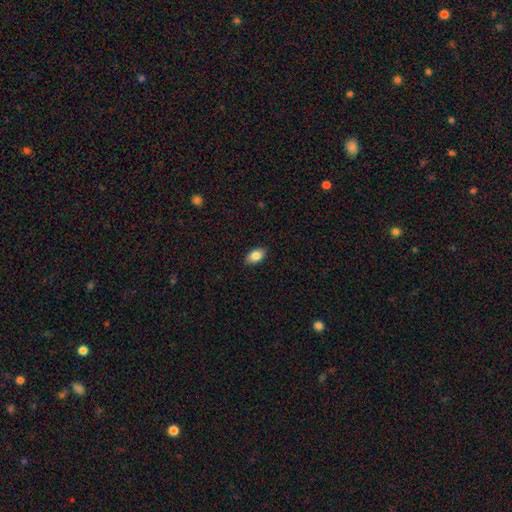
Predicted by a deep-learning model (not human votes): Smooth or featured? smooth (84%)
How rounded? in between (90%)
Merging? none (88%)